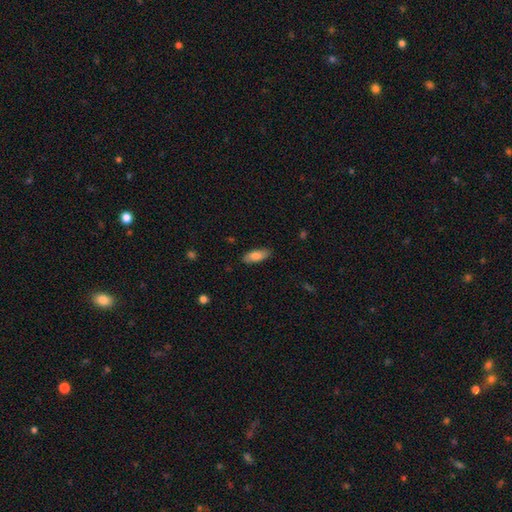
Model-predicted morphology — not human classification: Q: Smooth or featured?
A: smooth (79%); runner-up: featured or disk (15%)
Q: How rounded?
A: in between (78%); runner-up: cigar-shaped (20%)
Q: Merging?
A: none (85%); runner-up: minor disturbance (11%)